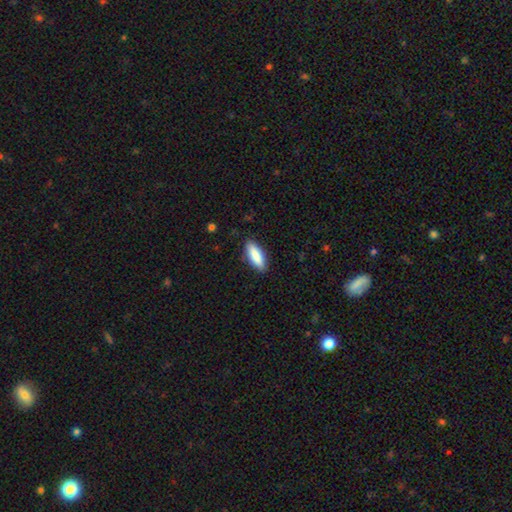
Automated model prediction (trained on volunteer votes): Overall: smooth (86%). How rounded: in between (62%; cigar-shaped 36%). Merging: none (88%).